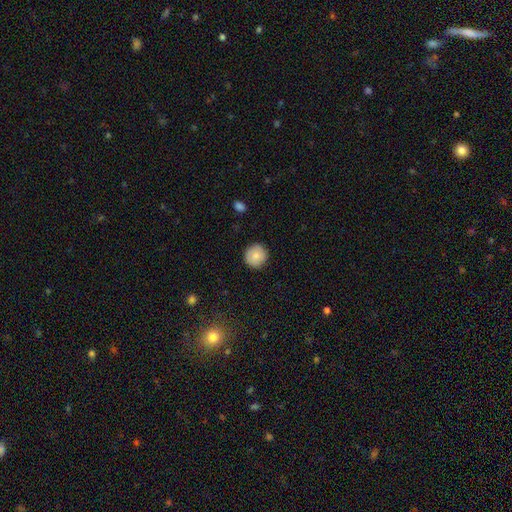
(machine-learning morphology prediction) type=smooth (83%); roundness=round (94%); merging=none (87%).